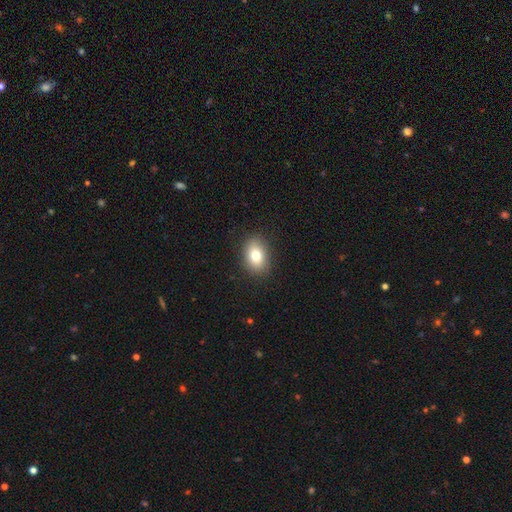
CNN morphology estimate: Smooth or featured: smooth — 78% (featured or disk — 13%)
How rounded: in between — 76% (round — 22%)
Merging: none — 88% (minor disturbance — 9%)